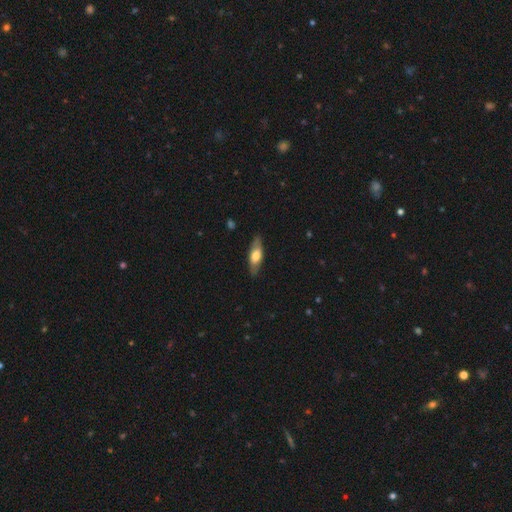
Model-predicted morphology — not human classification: Smooth or featured? smooth (56%)
How rounded? in between (65%)
Merging? none (83%)